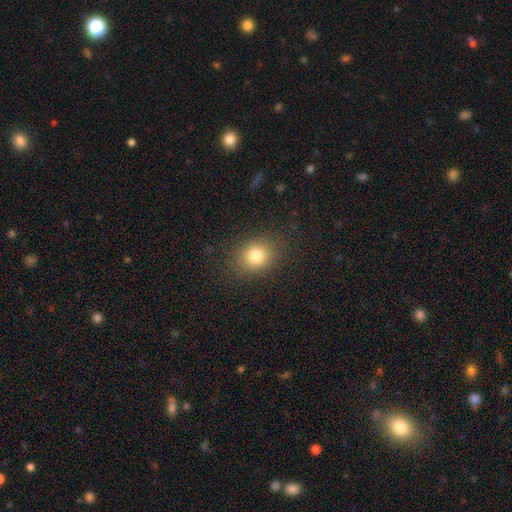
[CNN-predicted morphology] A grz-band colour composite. It shows a smooth galaxy with no disk features (80%) that is round (61%). Merging: none (86%).